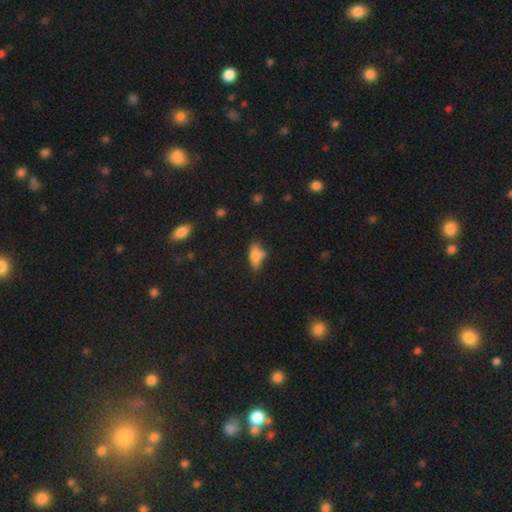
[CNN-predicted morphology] Smooth or featured: smooth — 69% (featured or disk — 20%)
How rounded: in between — 82% (cigar-shaped — 12%)
Merging: none — 51% (minor disturbance — 30%)